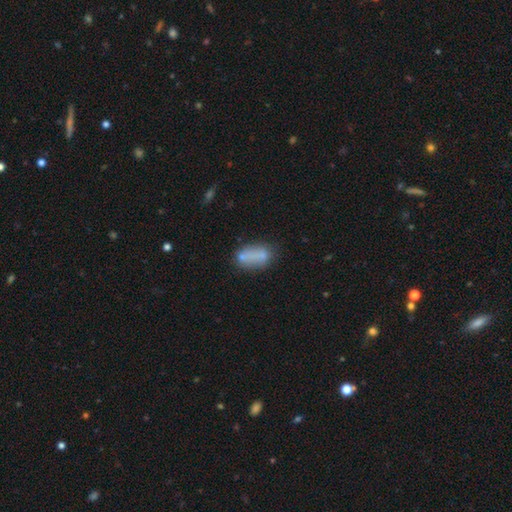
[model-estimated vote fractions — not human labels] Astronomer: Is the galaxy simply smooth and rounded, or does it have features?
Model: smooth — 68%.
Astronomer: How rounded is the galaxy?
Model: in between — 83%.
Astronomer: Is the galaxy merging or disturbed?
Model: none — 47%.